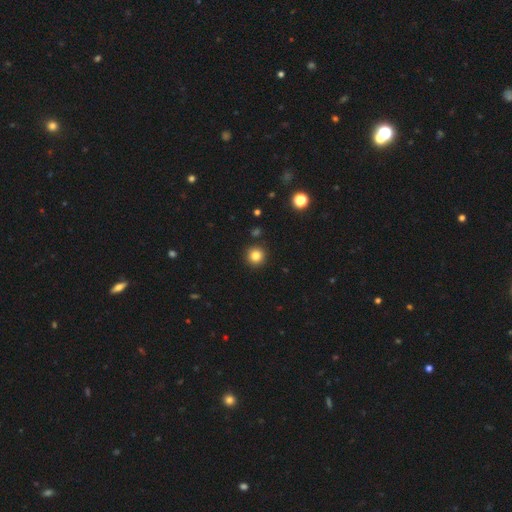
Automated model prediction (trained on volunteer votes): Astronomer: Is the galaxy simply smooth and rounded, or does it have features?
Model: smooth — 82%.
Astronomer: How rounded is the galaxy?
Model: round — 95%.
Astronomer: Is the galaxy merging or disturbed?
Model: none — 91%.